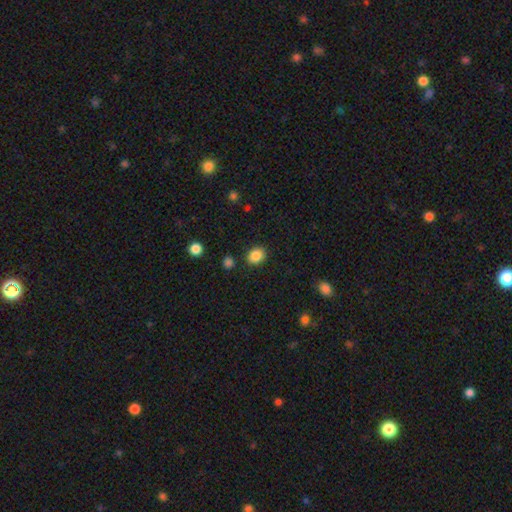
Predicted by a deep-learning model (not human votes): Overall: smooth (87%). How rounded: round (50%; in between 49%). Merging: none (85%).